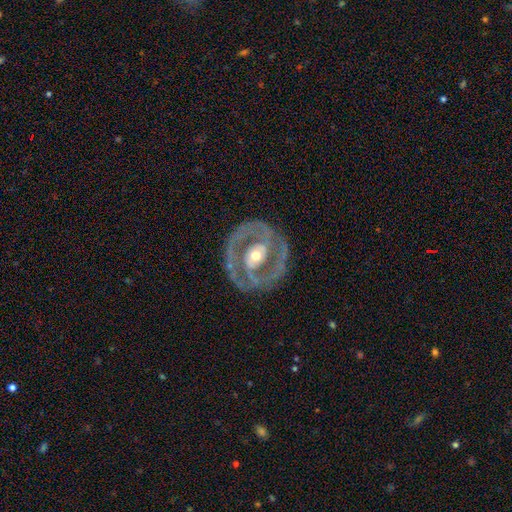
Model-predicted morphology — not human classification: A featured or disk galaxy (82%) with a strong bar (42%), spiral arms (65%) and a moderate central bulge (65%). Merging: none (82%).